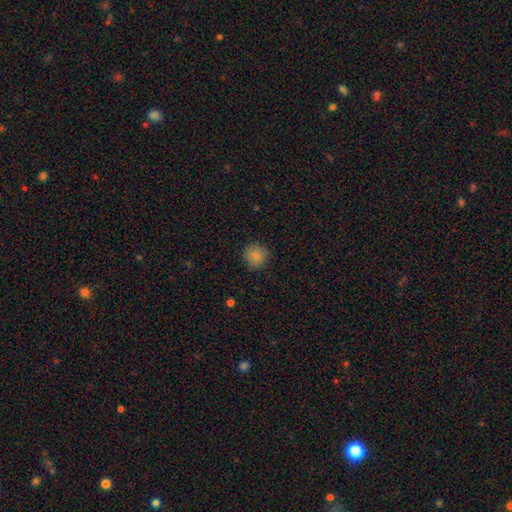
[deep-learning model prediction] smooth_or_featured: smooth (p=0.85) [alt: star or artifact p=0.10]
how_rounded: round (p=0.93) [alt: in between p=0.07]
merging: none (p=0.87) [alt: minor disturbance p=0.09]